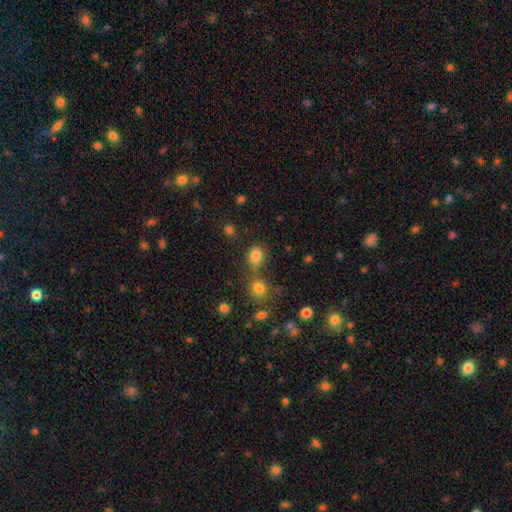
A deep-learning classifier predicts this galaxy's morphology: The model was most divided on "merging": none: 57%, merger: 24%, minor disturbance: 13%, major disturbance: 5%. More confident: smooth or featured — smooth (80%); how rounded — round (67%).